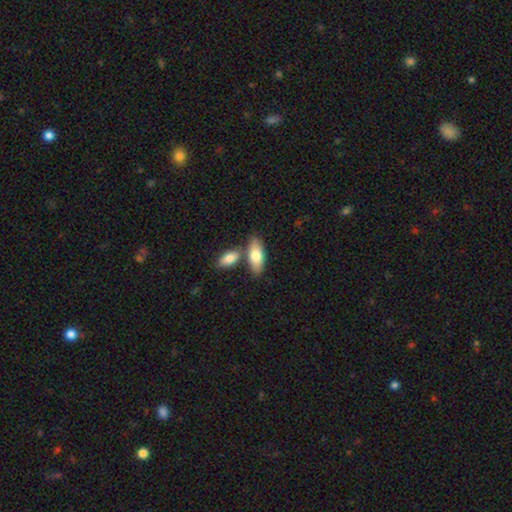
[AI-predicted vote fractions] Smooth or featured?
  - smooth: 77% *
  - featured or disk: 18%
  - star or artifact: 5%
How rounded?
  - in between: 81% *
  - cigar-shaped: 16%
  - round: 3%
Merging?
  - none: 57% *
  - merger: 29%
  - minor disturbance: 10%
  - major disturbance: 3%